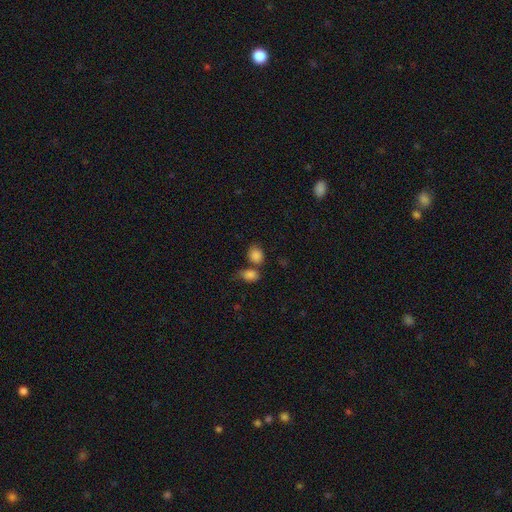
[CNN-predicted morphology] Q: Smooth or featured?
A: smooth (85%); runner-up: star or artifact (9%)
Q: How rounded?
A: round (51%); runner-up: in between (48%)
Q: Merging?
A: none (50%); runner-up: merger (33%)